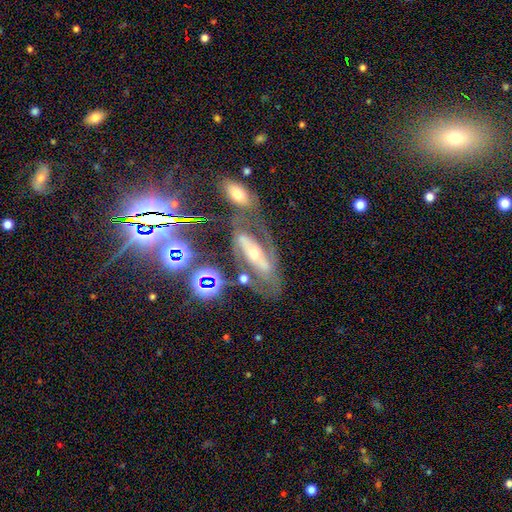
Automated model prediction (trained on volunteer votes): A featured or disk galaxy (64%) with a strong bar (36%), spiral arms (77%) and a small central bulge (55%). Merging: none (55%).